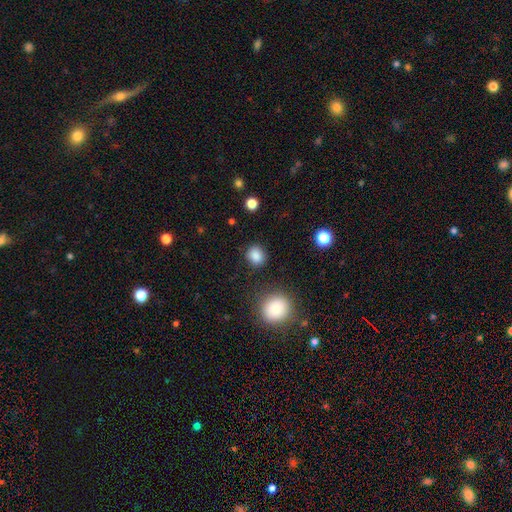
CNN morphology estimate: A smooth galaxy with no disk features (86%) that is round (75%).

Vote fractions:
- Smooth or featured? smooth: 86% / star or artifact: 10% / featured or disk: 4%
- How rounded? round: 75% / in between: 24% / cigar-shaped: 1%
- Merging? none: 86% / minor disturbance: 8% / major disturbance: 3% / merger: 2%